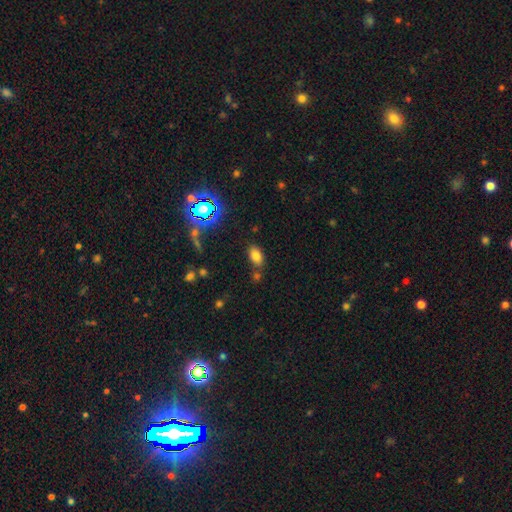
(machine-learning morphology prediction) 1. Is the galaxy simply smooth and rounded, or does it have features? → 77% smooth, 16% star or artifact, 7% featured or disk.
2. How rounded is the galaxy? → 89% in between, 8% round, 2% cigar-shaped.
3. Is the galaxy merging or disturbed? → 73% none, 12% minor disturbance, 10% merger, 4% major disturbance.